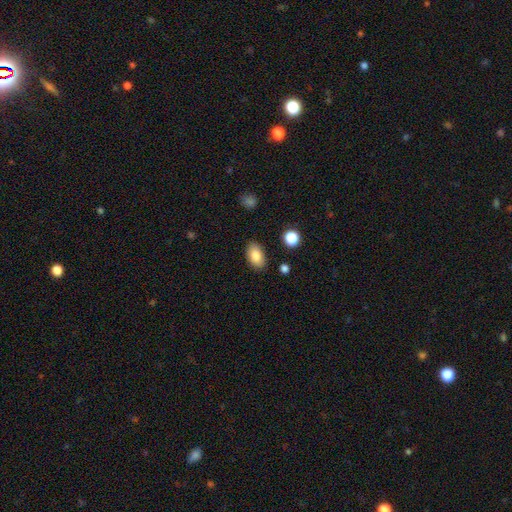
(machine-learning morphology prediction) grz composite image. It shows a smooth galaxy with no disk features (84%) that is in between round and cigar-shaped (91%). Merging: none (85%).